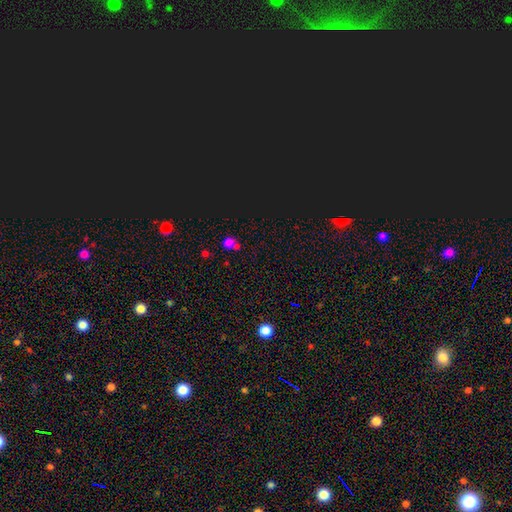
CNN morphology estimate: A smooth galaxy with no disk features (53%) that is round (78%). Merging: none (49%).